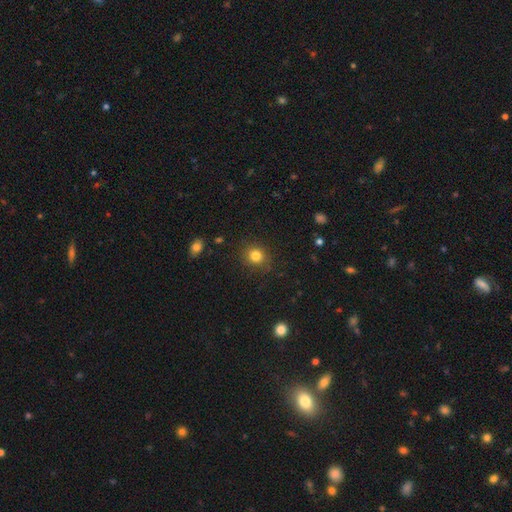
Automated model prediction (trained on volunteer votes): A smooth galaxy with no disk features (83%) that is round (84%).

Vote fractions:
- Smooth or featured? smooth: 83% / star or artifact: 12% / featured or disk: 5%
- How rounded? round: 84% / in between: 15% / cigar-shaped: 1%
- Merging? none: 87% / minor disturbance: 9% / major disturbance: 3% / merger: 1%